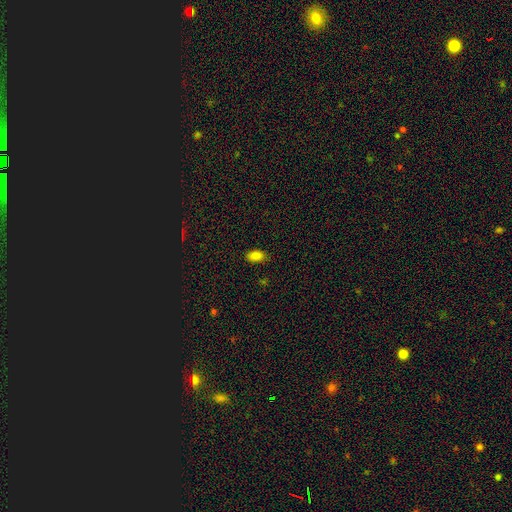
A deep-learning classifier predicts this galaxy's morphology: type=smooth (84%); roundness=in between (91%); merging=none (83%).